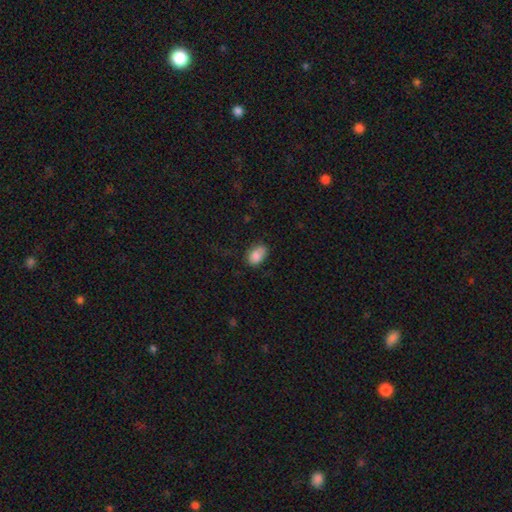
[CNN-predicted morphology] This is clearly a smooth galaxy (81%). How rounded: clearly in between (86%). Merging: likely none (63%).